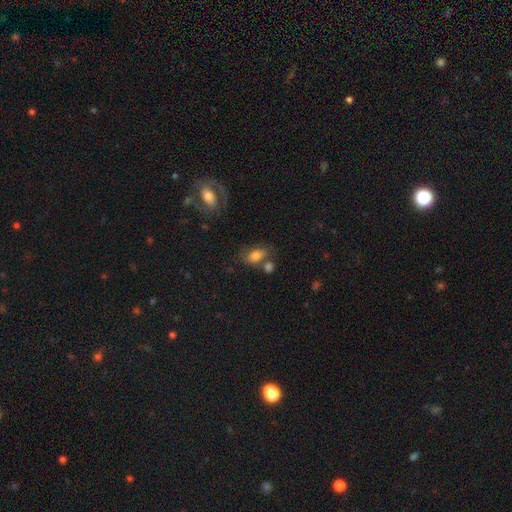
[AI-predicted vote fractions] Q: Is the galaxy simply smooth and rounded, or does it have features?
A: smooth — 75%.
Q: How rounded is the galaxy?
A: in between — 84%.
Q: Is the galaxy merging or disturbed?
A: none — 52%.